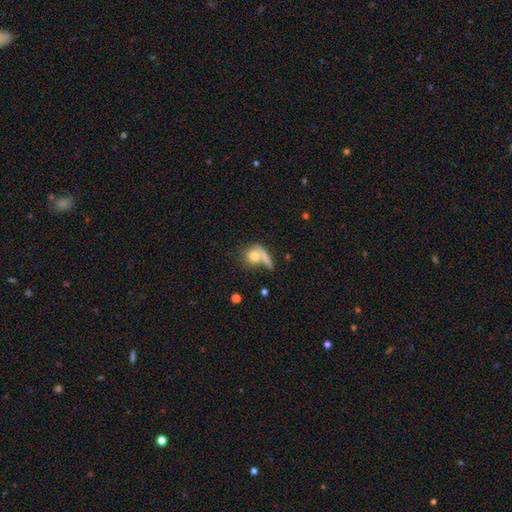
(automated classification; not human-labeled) This appears to be a smooth galaxy with no disk features (75%) that is round (69%). Merging: none (41%).